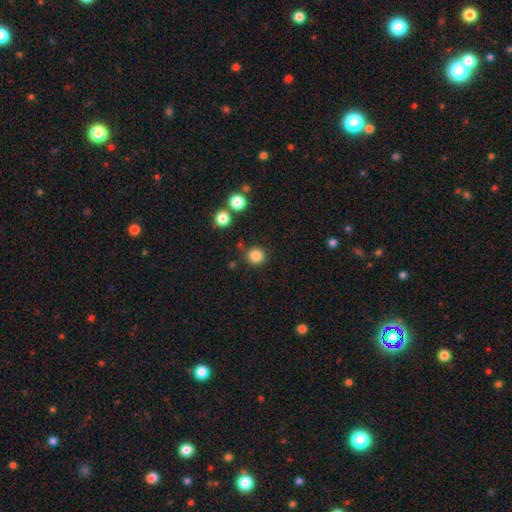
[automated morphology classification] Smooth or featured?
  - smooth: 84% *
  - star or artifact: 12%
  - featured or disk: 4%
How rounded?
  - round: 92% *
  - in between: 7%
  - cigar-shaped: 1%
Merging?
  - none: 87% *
  - minor disturbance: 7%
  - merger: 4%
  - major disturbance: 3%